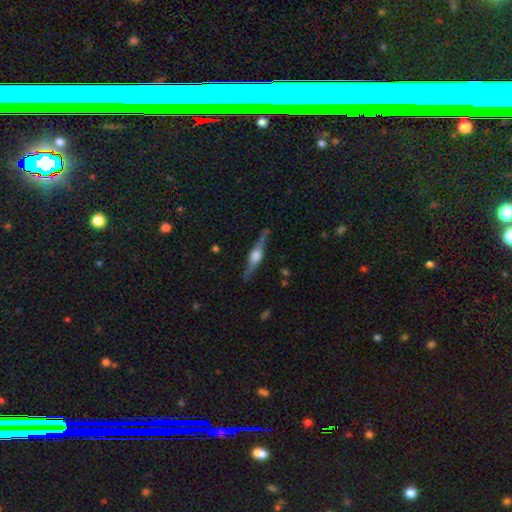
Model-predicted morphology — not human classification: Overall: featured or disk (82%). Edge-on disk: yes (98%). Edge-on bulge: rounded (89%). Merging: none (86%).